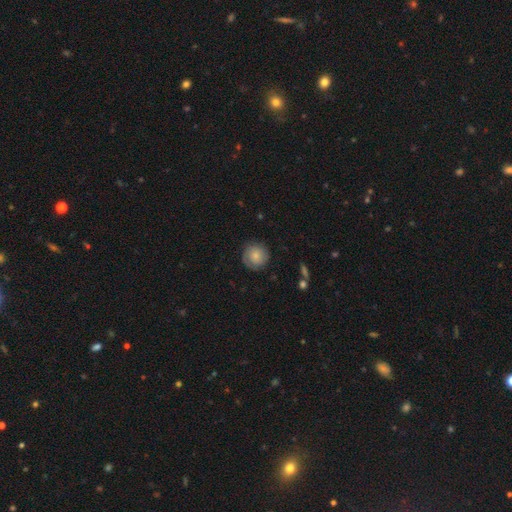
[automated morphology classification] Smooth or featured? Predicted: smooth (p=0.64). How rounded? Predicted: round (p=0.92). Merging? Predicted: none (p=0.82).